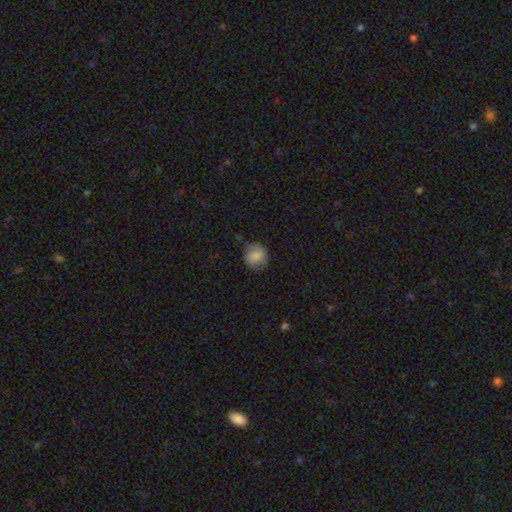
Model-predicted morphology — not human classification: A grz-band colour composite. It shows a smooth galaxy with no disk features (74%) that is round (82%). Merging: none (74%).